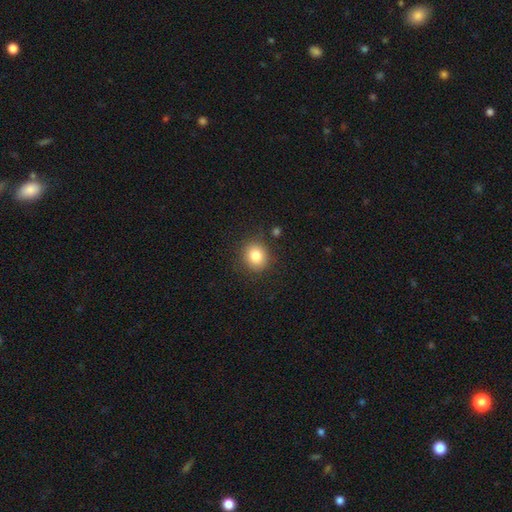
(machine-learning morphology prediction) Smooth or featured: smooth — 84% (star or artifact — 10%)
How rounded: round — 80% (in between — 20%)
Merging: none — 86% (minor disturbance — 9%)